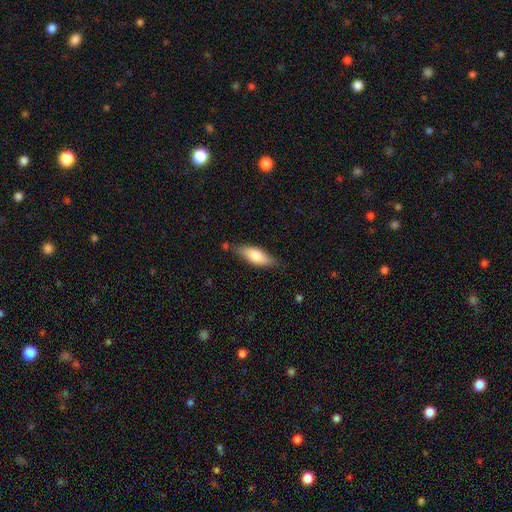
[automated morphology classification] This appears to be a smooth galaxy with no disk features (72%) that is in between round and cigar-shaped (66%). Merging: none (76%).